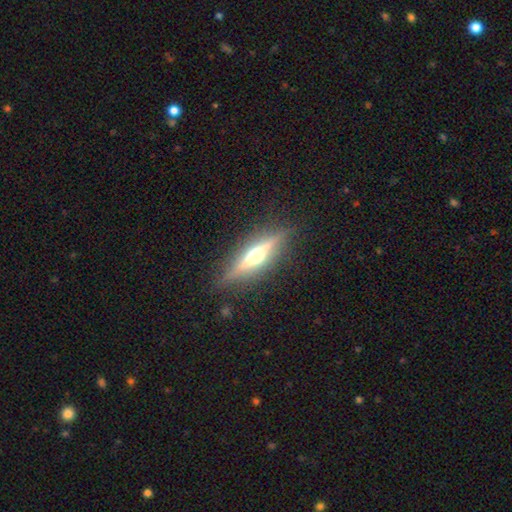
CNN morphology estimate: Overall: featured or disk (75%). Edge-on disk: yes (95%). Edge-on bulge: rounded (93%). Merging: none (86%).